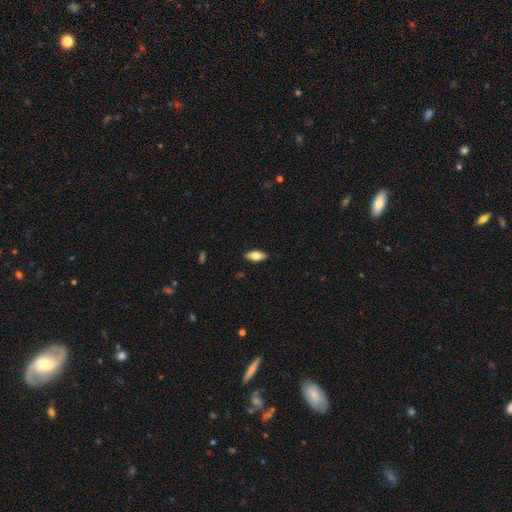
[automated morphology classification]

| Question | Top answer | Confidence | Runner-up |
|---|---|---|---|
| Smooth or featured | smooth | 66% | featured or disk (28%) |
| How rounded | in between | 81% | cigar-shaped (16%) |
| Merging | none | 88% | minor disturbance (9%) |